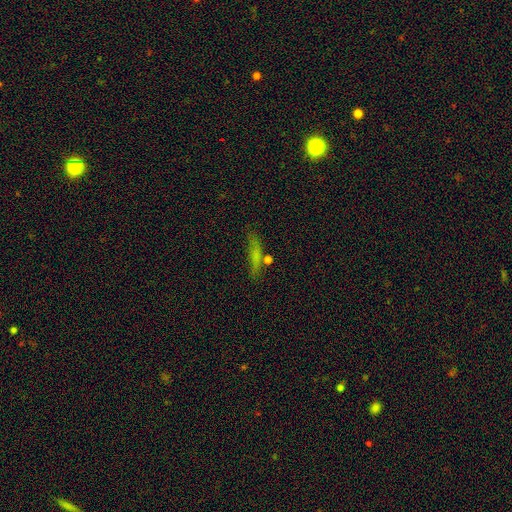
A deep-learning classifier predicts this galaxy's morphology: Q: Smooth or featured?
A: smooth (60%); runner-up: featured or disk (22%)
Q: How rounded?
A: cigar-shaped (79%); runner-up: in between (16%)
Q: Merging?
A: none (71%); runner-up: minor disturbance (17%)